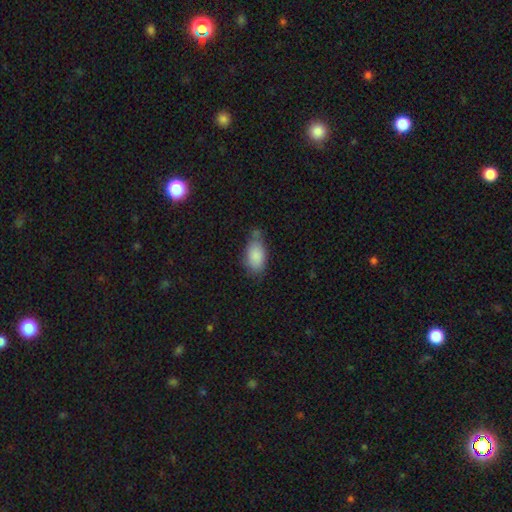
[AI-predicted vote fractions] A smooth galaxy with no disk features (86%) that is in between round and cigar-shaped (92%).

Vote fractions:
- Smooth or featured? smooth: 86% / star or artifact: 7% / featured or disk: 7%
- How rounded? in between: 92% / round: 5% / cigar-shaped: 3%
- Merging? none: 55% / minor disturbance: 30% / major disturbance: 7% / merger: 7%